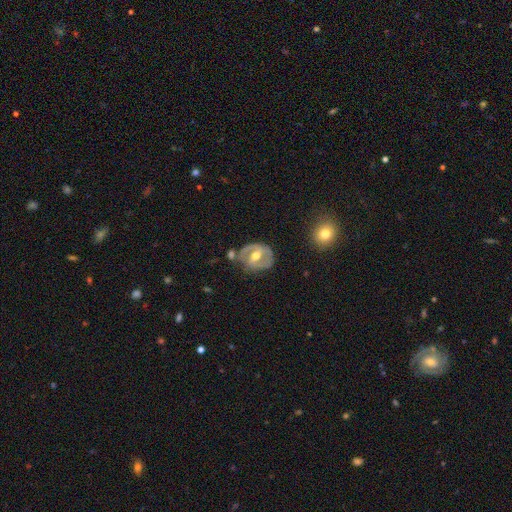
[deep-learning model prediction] Overall: featured or disk (79%). Edge-on disk: no (97%). Bar: weak (44%; strong 38%). Spiral arms: yes (82%). Spiral arm count: 2 (81%). Spiral winding: medium (47%; tight 36%). Bulge size: moderate (75%). Merging: none (63%).